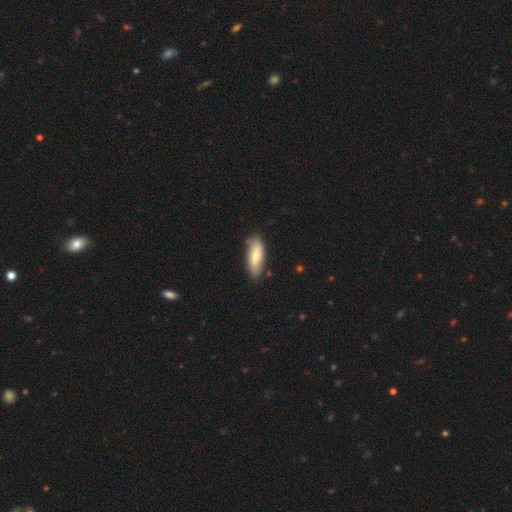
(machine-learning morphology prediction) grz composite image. It shows a smooth galaxy with no disk features (69%) that is in between round and cigar-shaped (70%). Merging: none (79%).